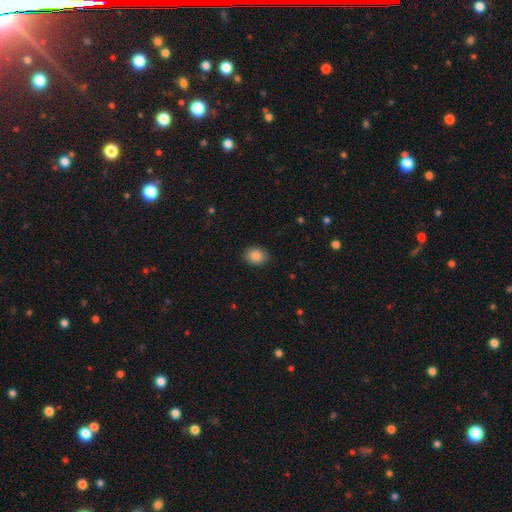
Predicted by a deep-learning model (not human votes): Smooth or featured?
  - smooth: 86% *
  - star or artifact: 9%
  - featured or disk: 5%
How rounded?
  - in between: 50% *
  - round: 49%
  - cigar-shaped: 1%
Merging?
  - none: 90% *
  - minor disturbance: 7%
  - major disturbance: 2%
  - merger: 1%